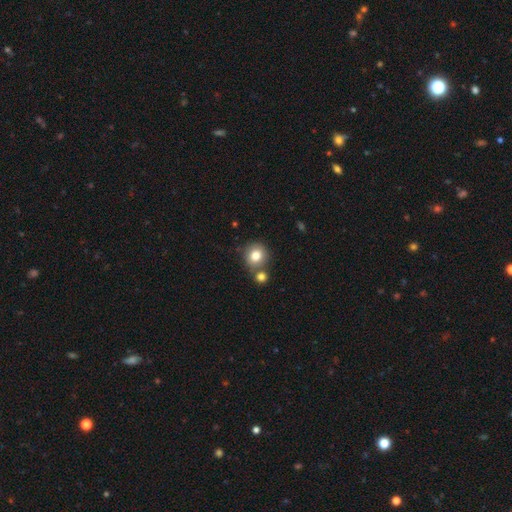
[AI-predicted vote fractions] Smooth or featured?
  - smooth: 80% *
  - star or artifact: 10%
  - featured or disk: 10%
How rounded?
  - round: 86% *
  - in between: 13%
  - cigar-shaped: 1%
Merging?
  - none: 66% *
  - merger: 22%
  - minor disturbance: 10%
  - major disturbance: 3%